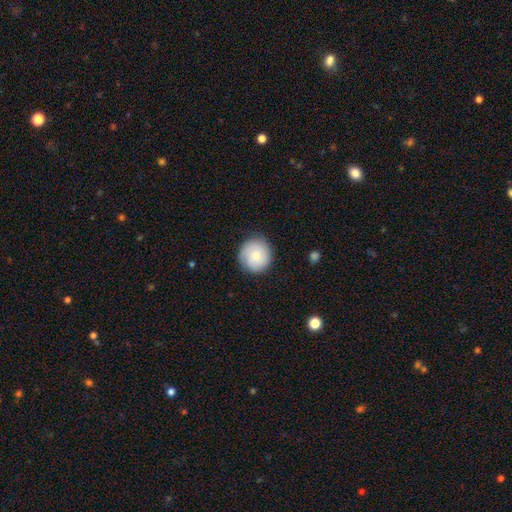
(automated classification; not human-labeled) Overall: smooth (75%). How rounded: round (93%). Merging: none (85%).